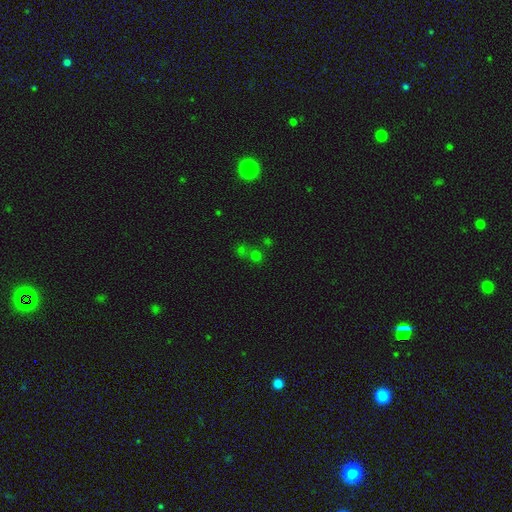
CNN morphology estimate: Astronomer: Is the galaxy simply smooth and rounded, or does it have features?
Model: smooth — 54% (runner-up: star or artifact, 37%).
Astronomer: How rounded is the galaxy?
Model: round — 84%.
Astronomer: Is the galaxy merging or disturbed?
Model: none — 50% (runner-up: merger, 39%).